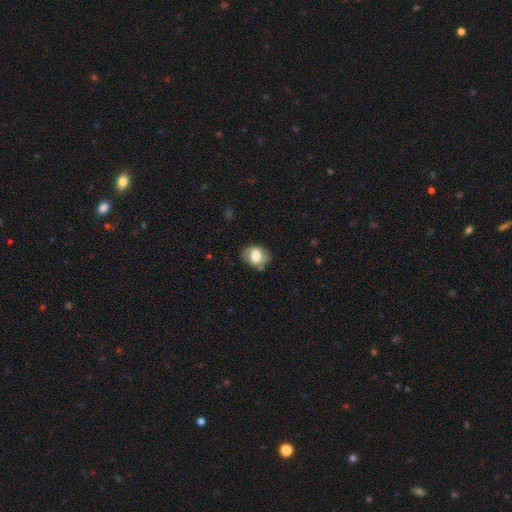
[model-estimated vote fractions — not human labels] A smooth galaxy with no disk features (64%) that is in between round and cigar-shaped (55%). Merging: none (69%).